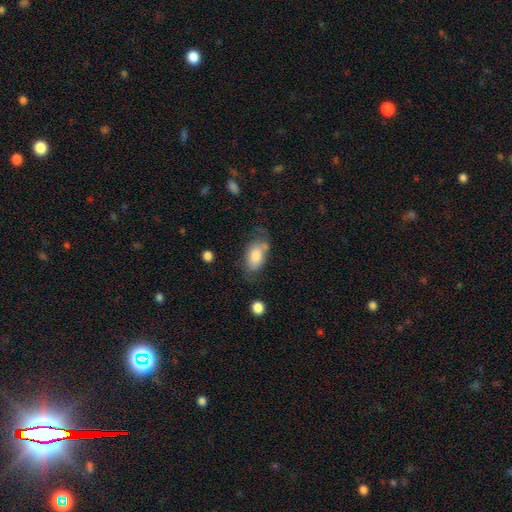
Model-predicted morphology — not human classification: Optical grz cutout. It shows a smooth galaxy with no disk features (75%) that is in between round and cigar-shaped (92%). Merging: none (50%).